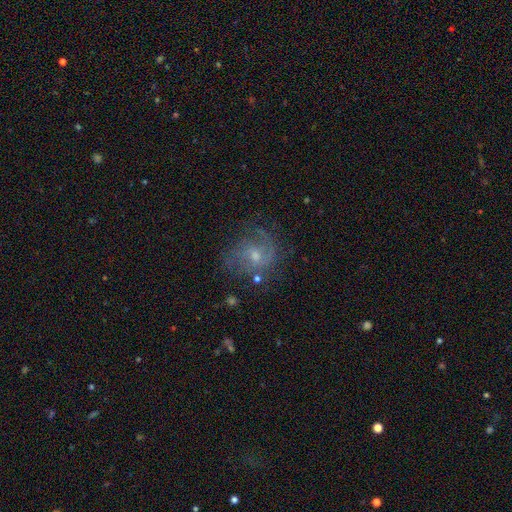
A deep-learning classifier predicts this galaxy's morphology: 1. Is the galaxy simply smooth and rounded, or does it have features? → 71% featured or disk, 19% smooth, 10% star or artifact.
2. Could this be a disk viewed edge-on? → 97% no, 3% yes.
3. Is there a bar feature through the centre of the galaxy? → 57% no, 39% weak, 5% strong.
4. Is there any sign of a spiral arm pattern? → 88% yes, 12% no.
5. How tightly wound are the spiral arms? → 44% medium, 29% tight, 26% loose.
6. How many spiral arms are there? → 38% 2, 23% can't tell, 22% 1, 10% 3, 3% 4, 3% more than 4.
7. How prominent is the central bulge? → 47% moderate, 46% small, 4% none, 3% large, 1% dominant.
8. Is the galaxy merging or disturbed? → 60% none, 21% minor disturbance, 16% major disturbance, 3% merger.